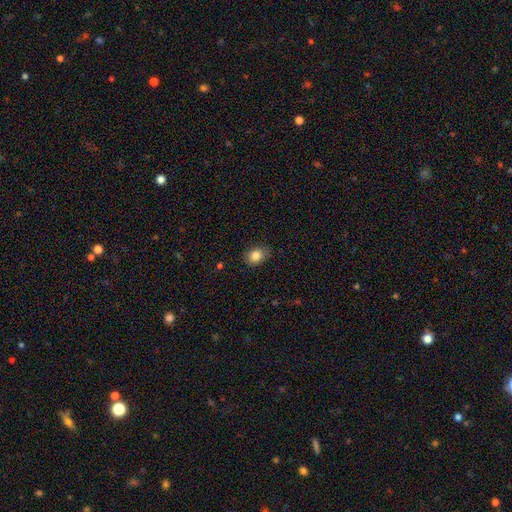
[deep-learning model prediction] Q: Smooth or featured?
A: smooth (85%); runner-up: star or artifact (9%)
Q: How rounded?
A: in between (62%); runner-up: round (37%)
Q: Merging?
A: none (81%); runner-up: minor disturbance (15%)